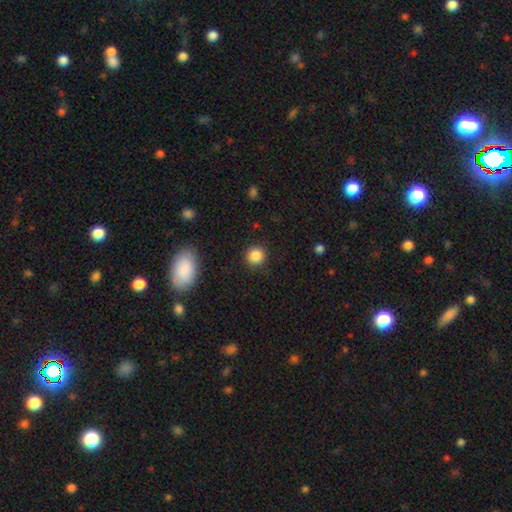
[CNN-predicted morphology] A smooth galaxy with no disk features (86%) that is round (92%). Merging: none (90%).